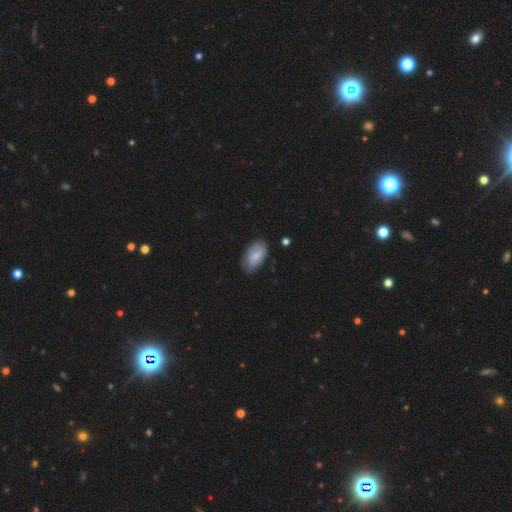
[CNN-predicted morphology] smooth 72%, featured or disk 22%, star or artifact 6%. Down the decision tree: how rounded — in between (94%); merging — none (72%).